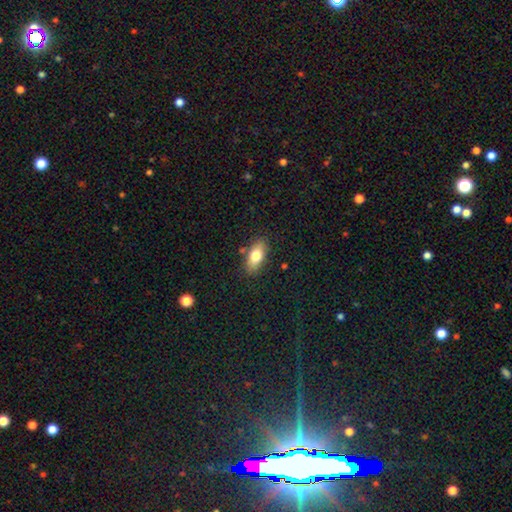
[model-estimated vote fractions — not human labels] smooth_or_featured: smooth (p=0.75) [alt: featured or disk p=0.17]
how_rounded: in between (p=0.86) [alt: cigar-shaped p=0.09]
merging: none (p=0.82) [alt: minor disturbance p=0.12]